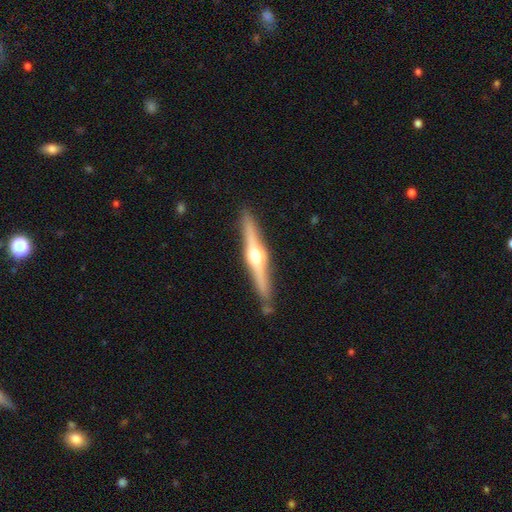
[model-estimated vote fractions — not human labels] A featured or disk galaxy (76%) viewed edge-on (98%) with a rounded central bulge (94%). Merging: none (88%).